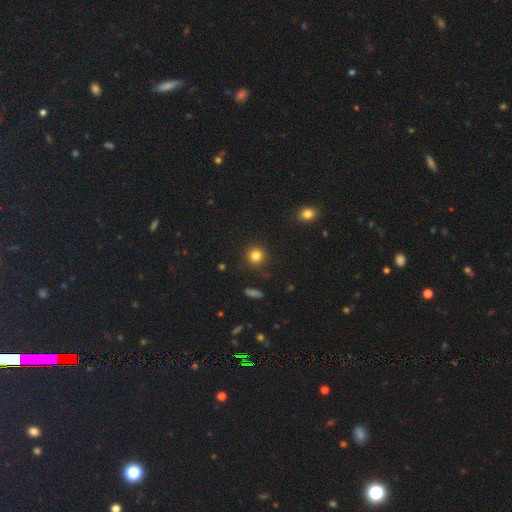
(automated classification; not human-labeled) Smooth or featured: smooth — 81% (star or artifact — 13%)
How rounded: round — 93% (in between — 6%)
Merging: none — 91% (minor disturbance — 6%)